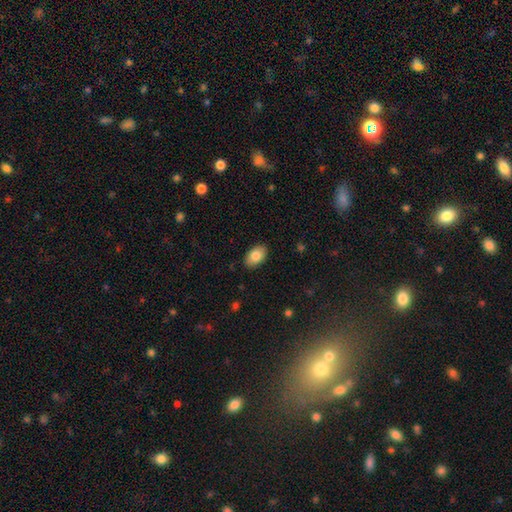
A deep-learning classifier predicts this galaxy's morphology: Overall: smooth (84%). How rounded: in between (92%). Merging: none (88%).